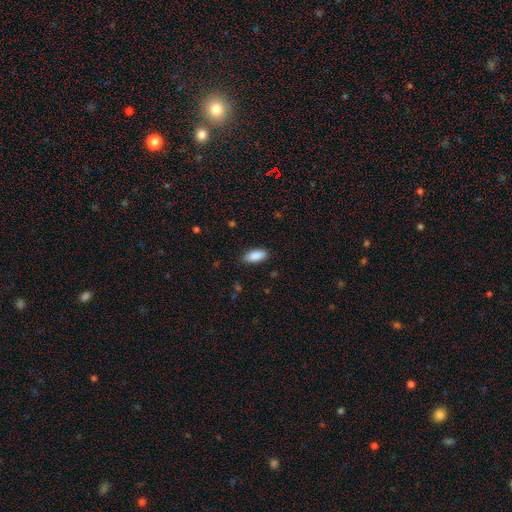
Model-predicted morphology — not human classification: smooth 89%, star or artifact 6%, featured or disk 5%. Down the decision tree: how rounded — in between (83%); merging — none (86%).